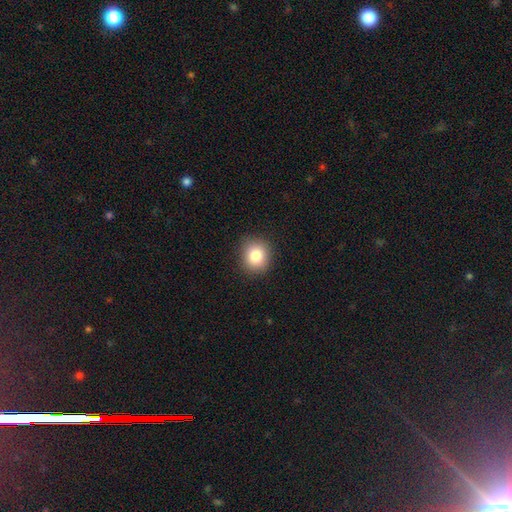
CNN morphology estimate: Overall: smooth (84%). How rounded: round (83%). Merging: none (90%).